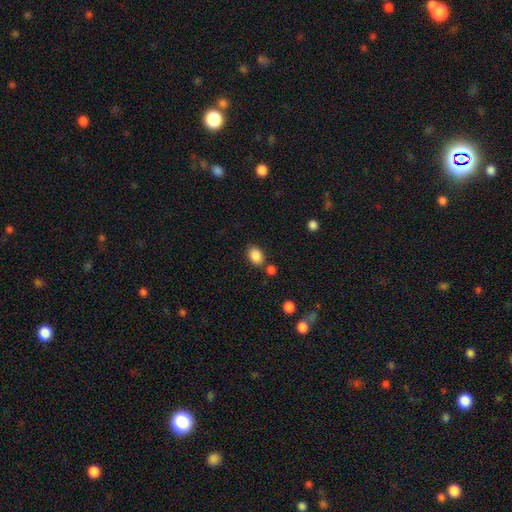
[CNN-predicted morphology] Q: Smooth or featured?
A: smooth (87%); runner-up: star or artifact (9%)
Q: How rounded?
A: in between (73%); runner-up: round (26%)
Q: Merging?
A: none (74%); runner-up: minor disturbance (12%)